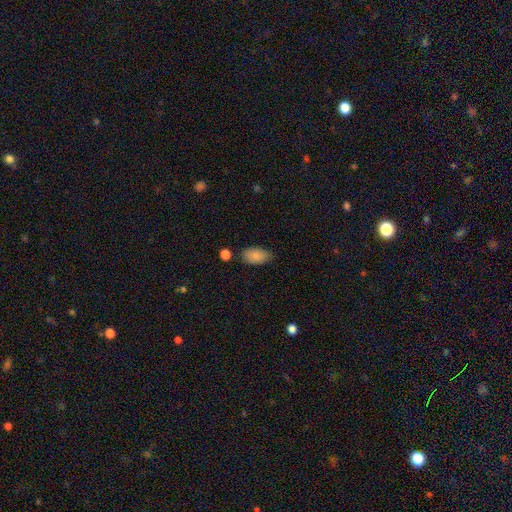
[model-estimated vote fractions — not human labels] smooth_or_featured: smooth (p=0.86) [alt: star or artifact p=0.07]
how_rounded: in between (p=0.93) [alt: round p=0.05]
merging: none (p=0.76) [alt: minor disturbance p=0.17]